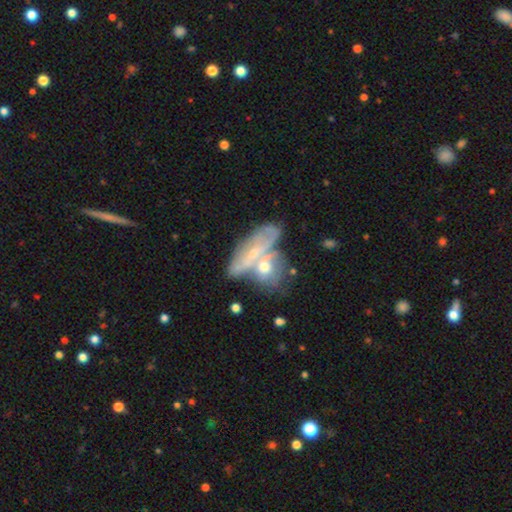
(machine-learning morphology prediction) type=featured or disk (59%); edge-on=no (76%); merging=merger (50%).